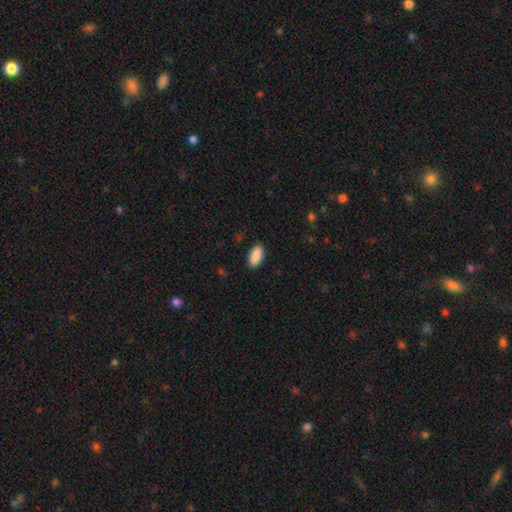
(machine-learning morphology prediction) Smooth or featured: smooth — 91% (star or artifact — 7%)
How rounded: in between — 94% (cigar-shaped — 4%)
Merging: none — 88% (minor disturbance — 9%)